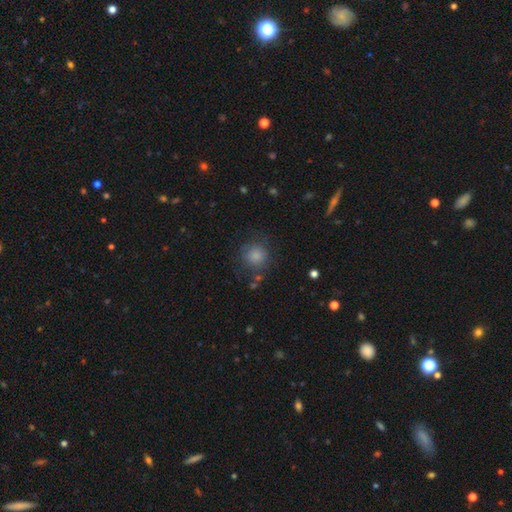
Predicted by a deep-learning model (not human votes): smooth_or_featured: smooth (p=0.82) [alt: star or artifact p=0.09]
how_rounded: round (p=0.90) [alt: in between p=0.09]
merging: none (p=0.71) [alt: minor disturbance p=0.17]